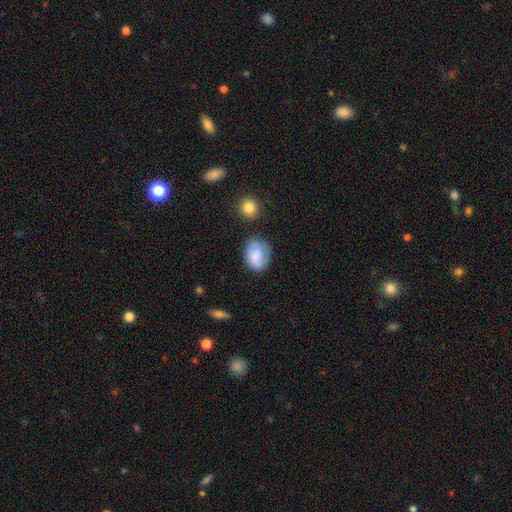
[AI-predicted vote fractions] Overall: smooth (79%). How rounded: in between (60%; round 39%). Merging: none (59%; minor disturbance 27%).